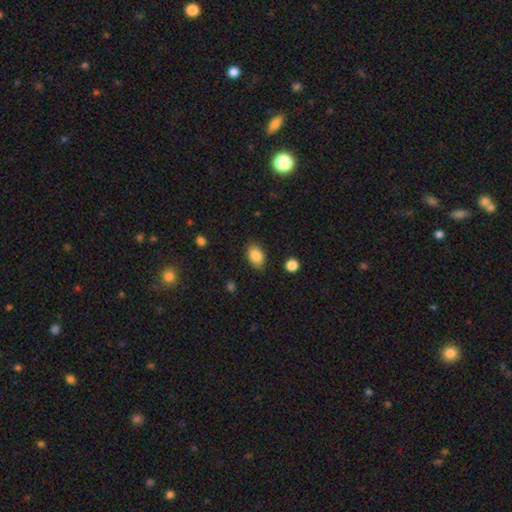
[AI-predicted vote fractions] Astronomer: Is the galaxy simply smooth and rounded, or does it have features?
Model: smooth — 87%.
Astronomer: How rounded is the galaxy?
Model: in between — 86%.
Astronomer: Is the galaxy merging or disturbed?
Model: none — 83%.